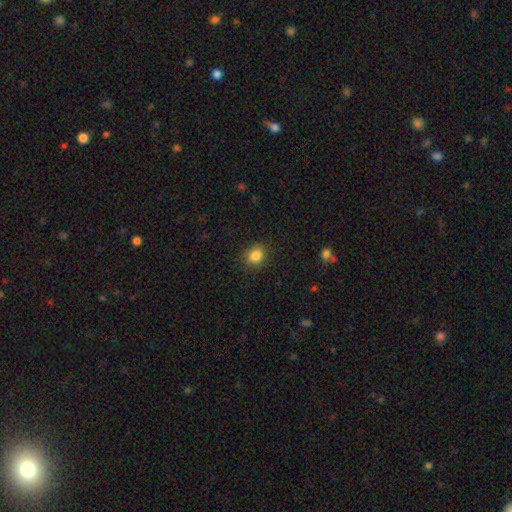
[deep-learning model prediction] A smooth galaxy with no disk features (85%) that is round (65%). Merging: none (87%).